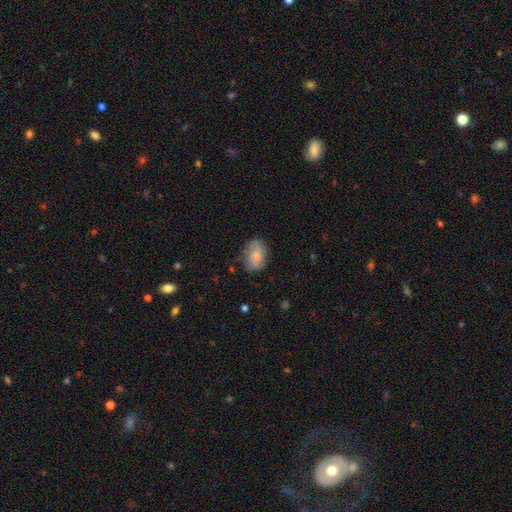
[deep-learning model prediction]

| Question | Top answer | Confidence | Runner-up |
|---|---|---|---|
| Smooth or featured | smooth | 62% | featured or disk (30%) |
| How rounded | in between | 81% | round (17%) |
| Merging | none | 71% | minor disturbance (21%) |